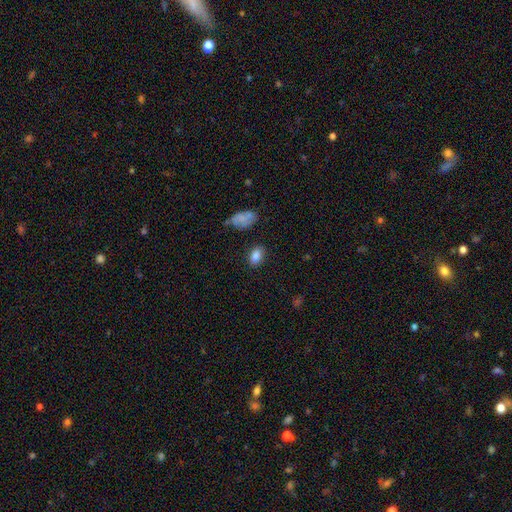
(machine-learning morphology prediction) Smooth or featured? Predicted: smooth (p=0.85). How rounded? Predicted: in between (p=0.86). Merging? Predicted: none (p=0.82).